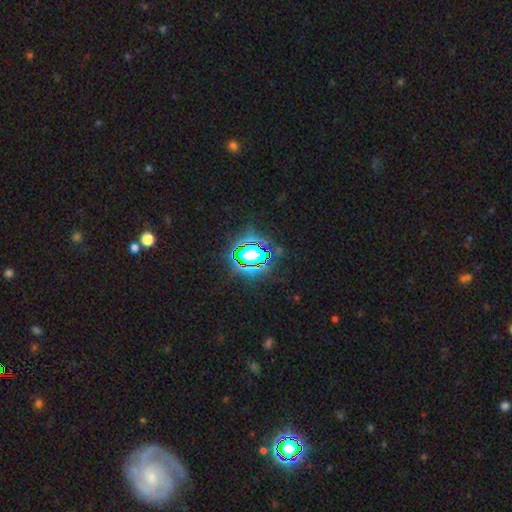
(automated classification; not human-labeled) Smooth or featured: star or artifact — 79% (smooth — 13%)